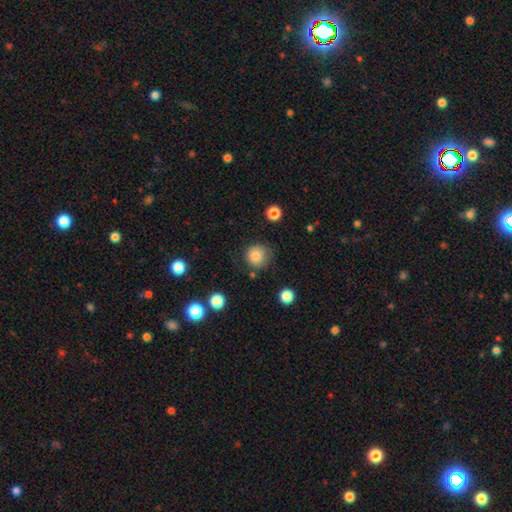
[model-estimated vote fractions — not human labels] A smooth galaxy with no disk features (83%) that is round (92%). Merging: none (78%).